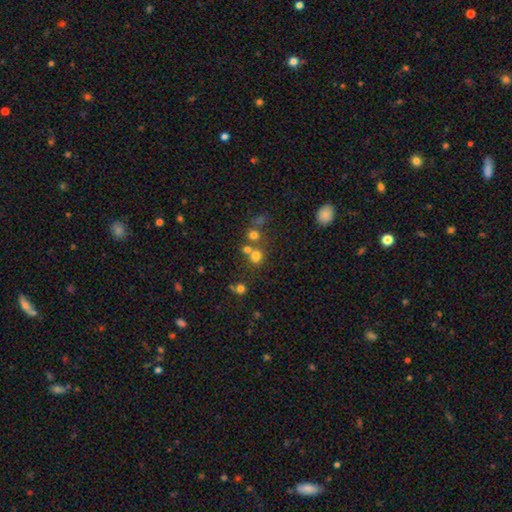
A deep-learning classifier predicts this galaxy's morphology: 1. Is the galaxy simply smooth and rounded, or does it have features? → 69% smooth, 20% star or artifact, 11% featured or disk.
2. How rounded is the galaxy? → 80% round, 19% in between, 1% cigar-shaped.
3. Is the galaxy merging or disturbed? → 54% none, 34% merger, 8% minor disturbance, 5% major disturbance.